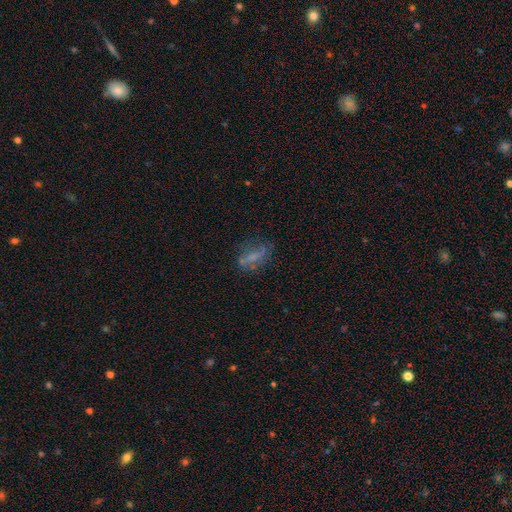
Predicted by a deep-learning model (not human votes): smooth 45%, featured or disk 41%, star or artifact 14%. Down the decision tree: merging — none (56%).